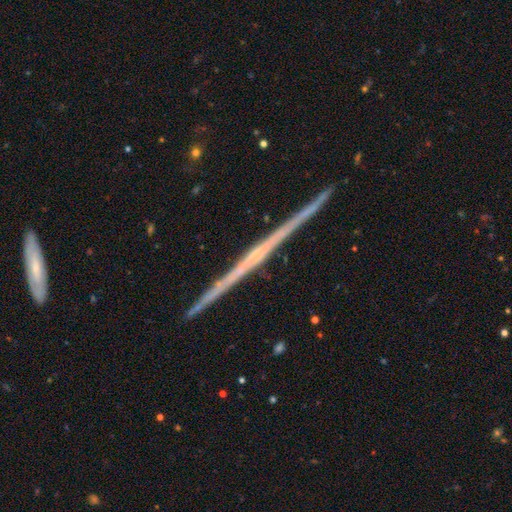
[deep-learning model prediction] Smooth or featured? featured or disk (81%)
Edge-on disk? yes (99%)
Edge-on bulge? none (67%)
Merging? none (92%)